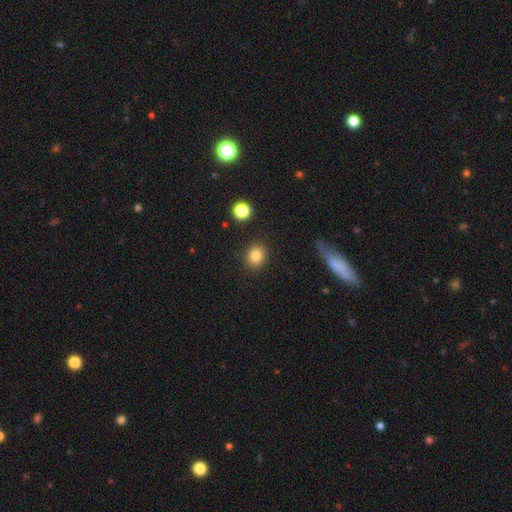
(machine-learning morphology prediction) Q: Smooth or featured?
A: smooth (83%); runner-up: star or artifact (11%)
Q: How rounded?
A: round (71%); runner-up: in between (28%)
Q: Merging?
A: none (88%); runner-up: minor disturbance (8%)